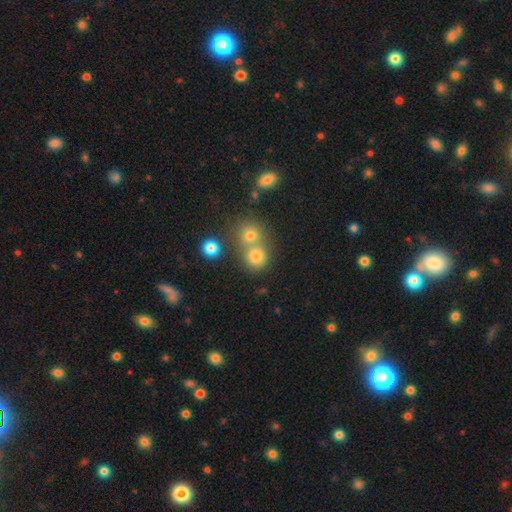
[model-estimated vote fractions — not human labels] smooth 74%, star or artifact 17%, featured or disk 9%. Down the decision tree: how rounded — round (84%); merging — none (49%).